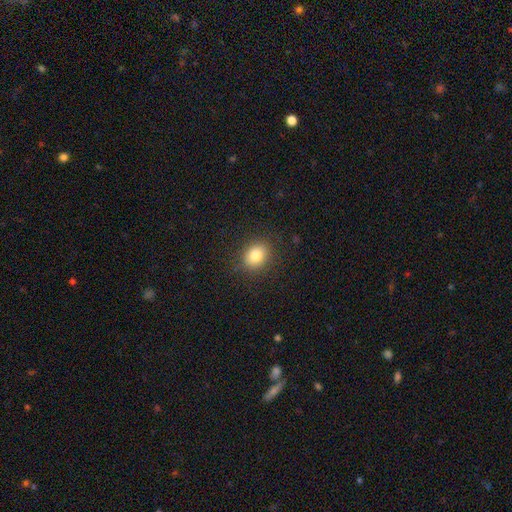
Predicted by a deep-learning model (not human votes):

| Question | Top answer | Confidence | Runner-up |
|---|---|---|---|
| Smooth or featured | smooth | 81% | star or artifact (11%) |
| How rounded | round | 56% | in between (43%) |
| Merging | none | 88% | minor disturbance (8%) |